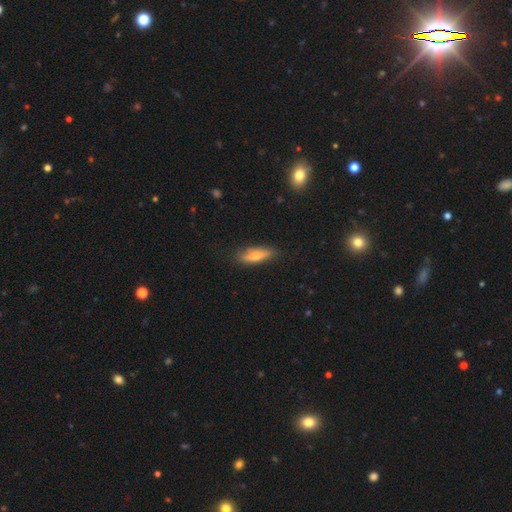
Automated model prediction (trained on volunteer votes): smooth-or-featured: smooth: 62% | featured or disk: 31% | star or artifact: 7%
  how-rounded: cigar-shaped: 54% | in between: 44% | round: 3%
  merging: none: 81% | minor disturbance: 15% | major disturbance: 3% | merger: 1%